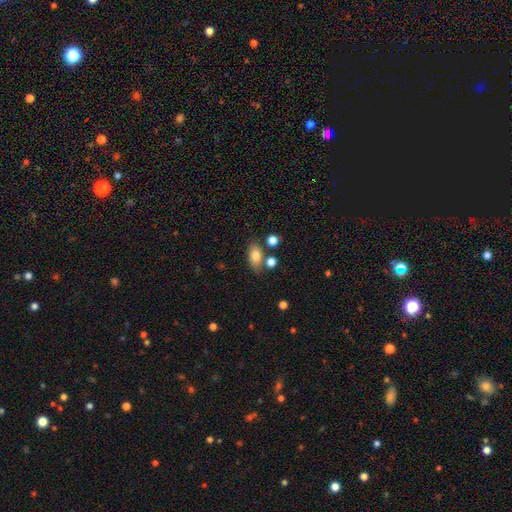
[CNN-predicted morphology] A smooth galaxy with no disk features (79%) that is in between round and cigar-shaped (85%).

Vote fractions:
- Smooth or featured? smooth: 79% / featured or disk: 12% / star or artifact: 9%
- How rounded? in between: 85% / round: 12% / cigar-shaped: 3%
- Merging? none: 70% / minor disturbance: 14% / merger: 13% / major disturbance: 4%